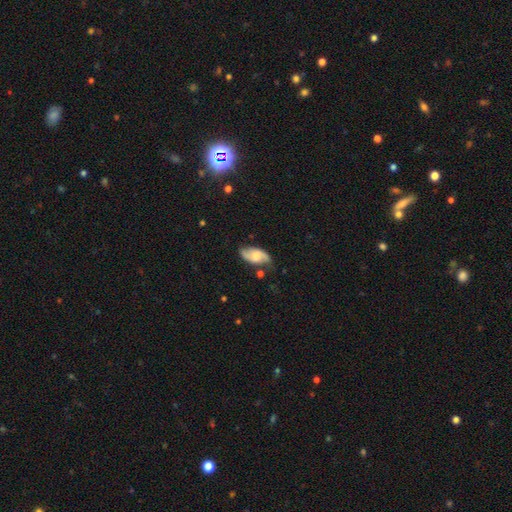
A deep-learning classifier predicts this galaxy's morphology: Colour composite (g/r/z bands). It shows a featured or disk galaxy (58%) with no bar (58%), spiral arms (89%) and a moderate central bulge (45%). Merging: none (67%).